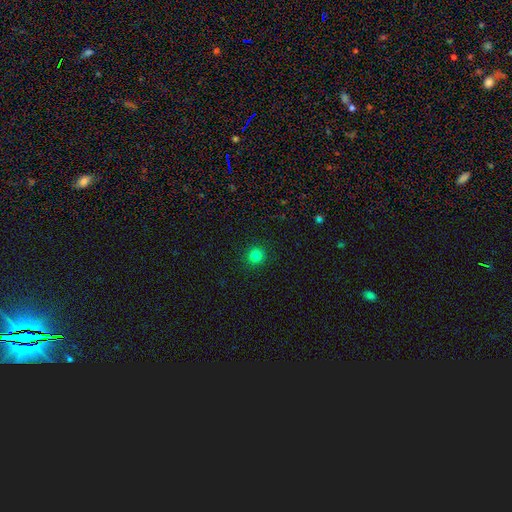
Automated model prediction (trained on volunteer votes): Overall: smooth (81%). How rounded: round (94%). Merging: none (92%).